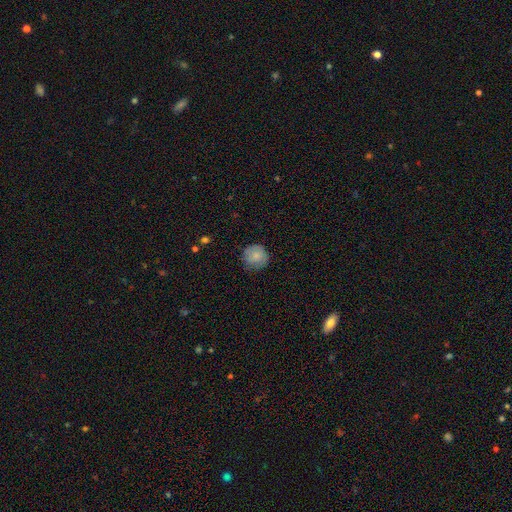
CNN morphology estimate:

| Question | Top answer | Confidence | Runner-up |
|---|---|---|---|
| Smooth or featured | smooth | 79% | featured or disk (13%) |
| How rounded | round | 92% | in between (7%) |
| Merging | none | 78% | minor disturbance (17%) |